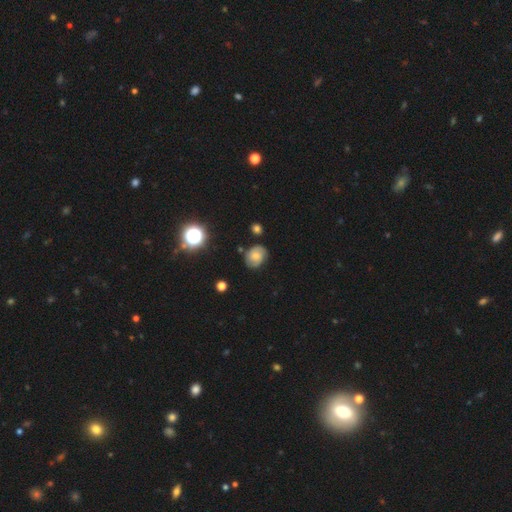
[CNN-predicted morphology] Smooth or featured: smooth — 52% (featured or disk — 35%)
How rounded: round — 53% (in between — 46%)
Merging: none — 73% (minor disturbance — 19%)